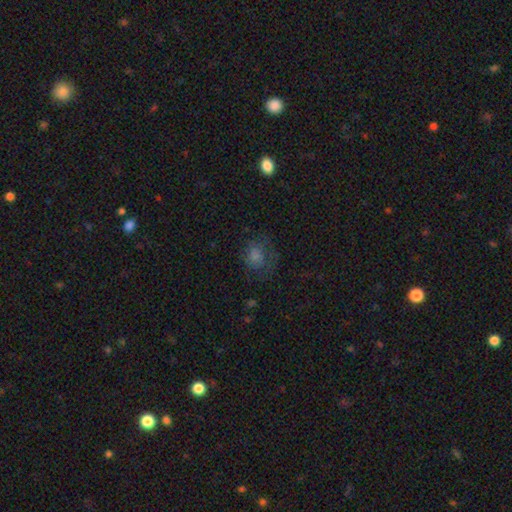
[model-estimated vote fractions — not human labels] A smooth galaxy with no disk features (61%) that is round (69%). Merging: none (62%).